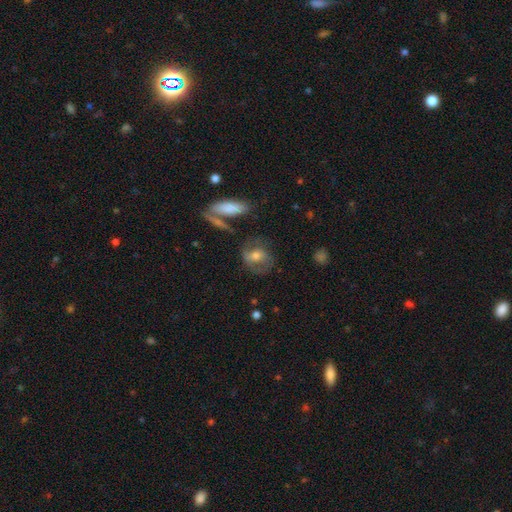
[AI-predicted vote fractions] Q: Smooth or featured?
A: featured or disk (52%); runner-up: smooth (39%)
Q: Edge-on disk?
A: no (92%); runner-up: yes (8%)
Q: Merging?
A: none (63%); runner-up: minor disturbance (18%)